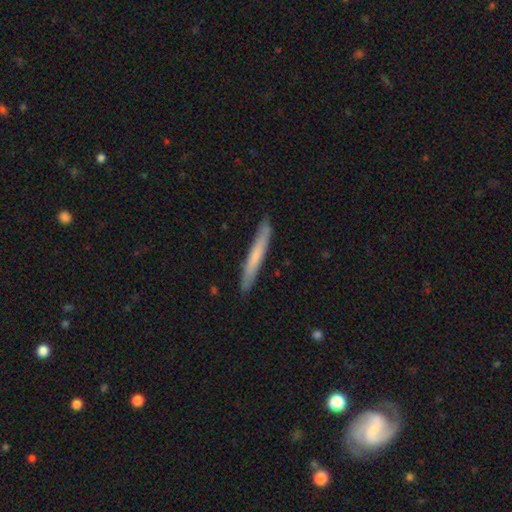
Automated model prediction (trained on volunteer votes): Smooth or featured? smooth (63%)
How rounded? cigar-shaped (96%)
Merging? none (89%)